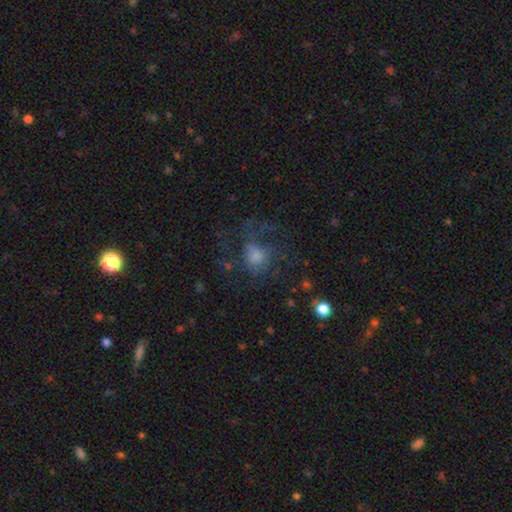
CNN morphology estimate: smooth-or-featured: smooth: 47% | featured or disk: 36% | star or artifact: 17%
  merging: none: 44% | major disturbance: 37% | minor disturbance: 17% | merger: 3%